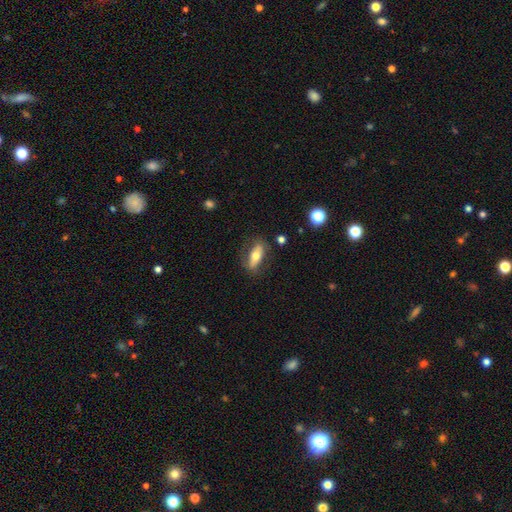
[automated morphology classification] Smooth or featured: smooth — 57% (featured or disk — 36%)
How rounded: in between — 61% (cigar-shaped — 35%)
Merging: none — 77% (minor disturbance — 16%)